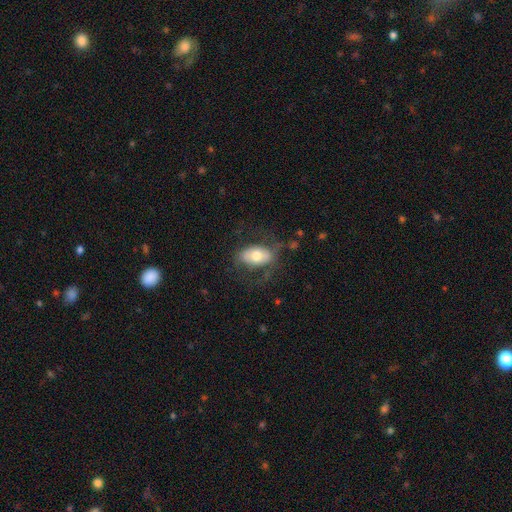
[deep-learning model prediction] Smooth or featured? Predicted: smooth (p=0.59). How rounded? Predicted: in between (p=0.90). Merging? Predicted: none (p=0.60).